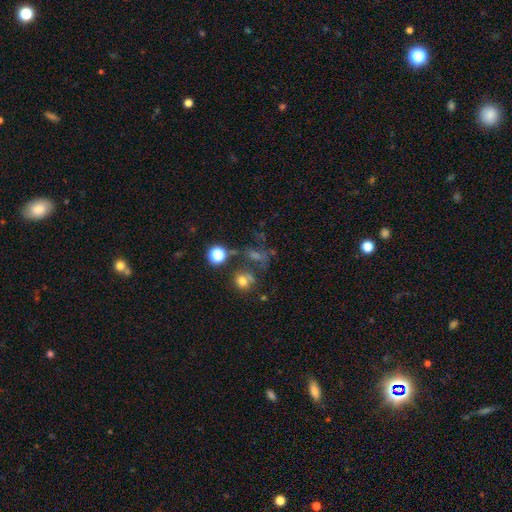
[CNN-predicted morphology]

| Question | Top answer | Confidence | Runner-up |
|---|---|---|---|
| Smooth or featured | star or artifact | 43% | smooth (32%) |